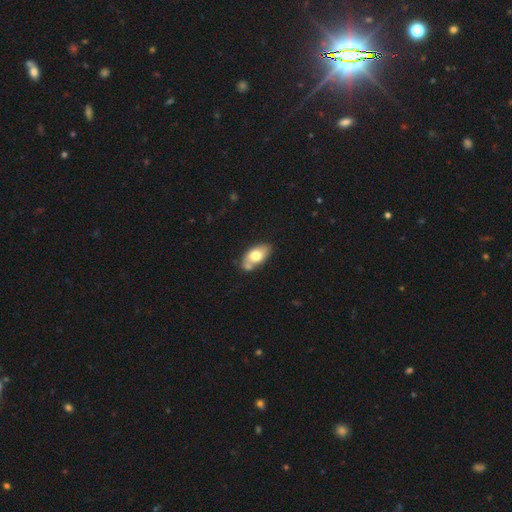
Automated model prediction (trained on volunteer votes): This is likely a smooth galaxy (67%). How rounded: clearly in between (90%). Merging: possibly none (56%).